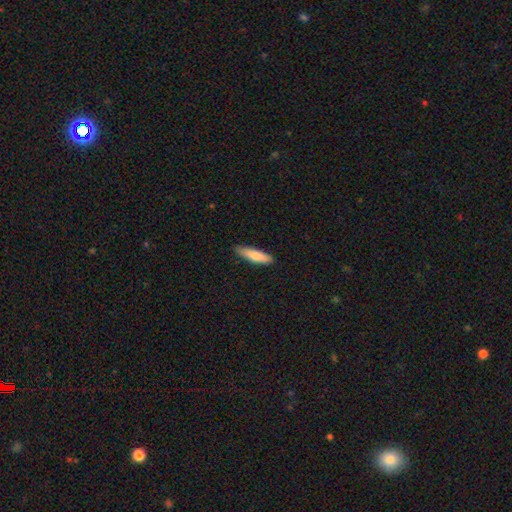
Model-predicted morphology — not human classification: This is likely a smooth galaxy (79%). How rounded: likely cigar-shaped (71%). Merging: clearly none (87%).